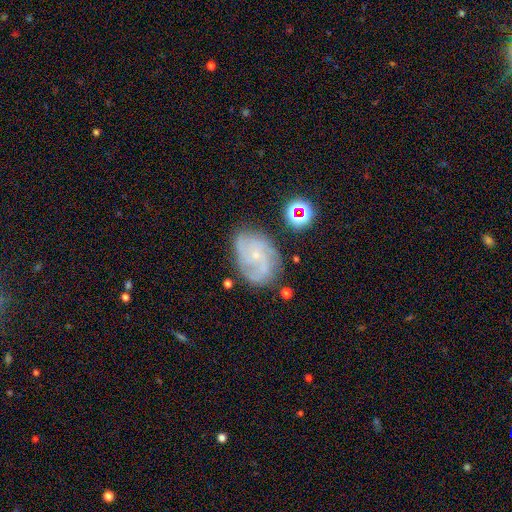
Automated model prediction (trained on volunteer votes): This is likely a featured or disk galaxy (80%). It is clearly not viewed edge-on (98%). Bar: likely no (71%). Spiral arm pattern: clearly yes (95%). Spiral arm count: marginally 3 (36%). Spiral winding: marginally medium (44%). Central bulge: clearly small (81%). Merging: likely none (67%).